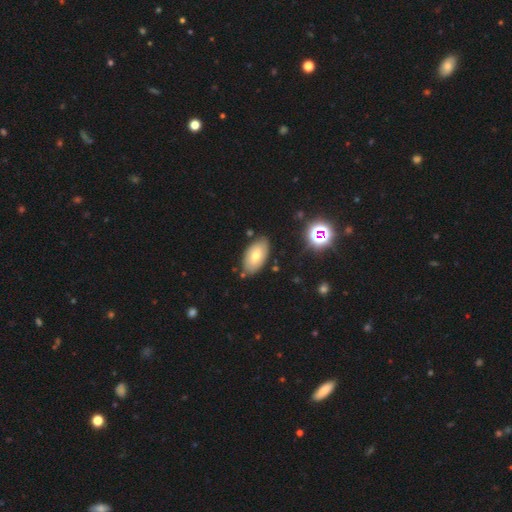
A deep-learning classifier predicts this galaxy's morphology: type=smooth (65%); roundness=in between (94%); merging=none (82%).